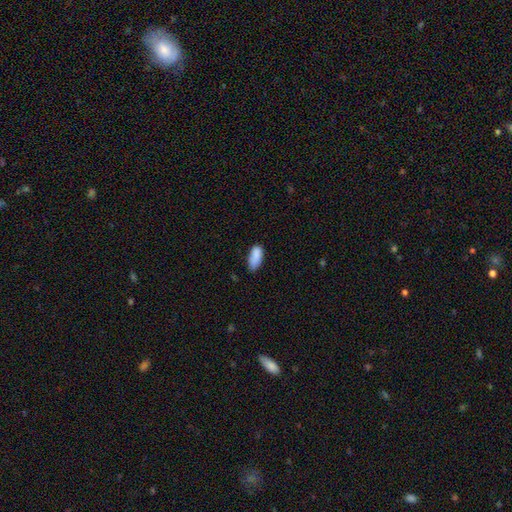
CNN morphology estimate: Q: Smooth or featured?
A: smooth (87%); runner-up: star or artifact (7%)
Q: How rounded?
A: in between (88%); runner-up: cigar-shaped (10%)
Q: Merging?
A: none (64%); runner-up: minor disturbance (29%)